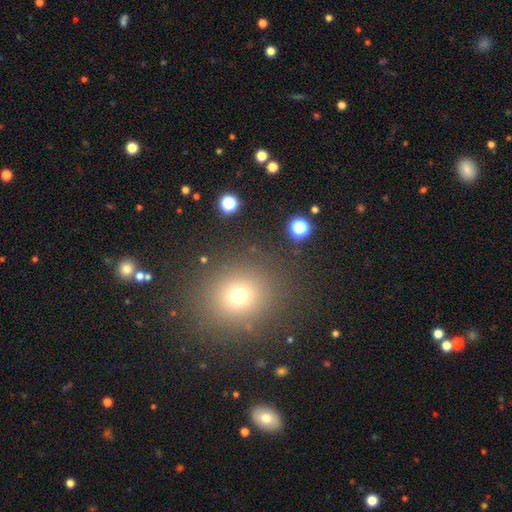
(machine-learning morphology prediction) Smooth or featured? smooth (56%)
How rounded? round (82%)
Merging? none (89%)